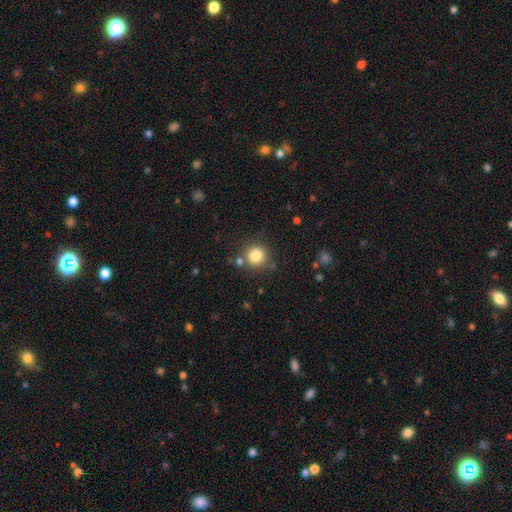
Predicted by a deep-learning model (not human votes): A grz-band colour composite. It shows a smooth galaxy with no disk features (82%) that is round (91%). Merging: none (79%).